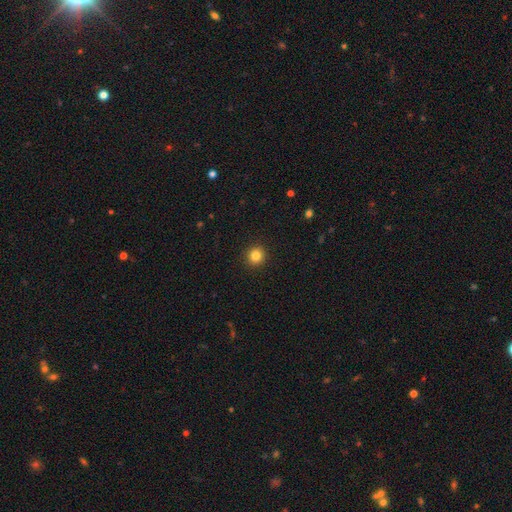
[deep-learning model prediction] This is clearly a smooth galaxy (84%). How rounded: clearly round (93%). Merging: clearly none (93%).